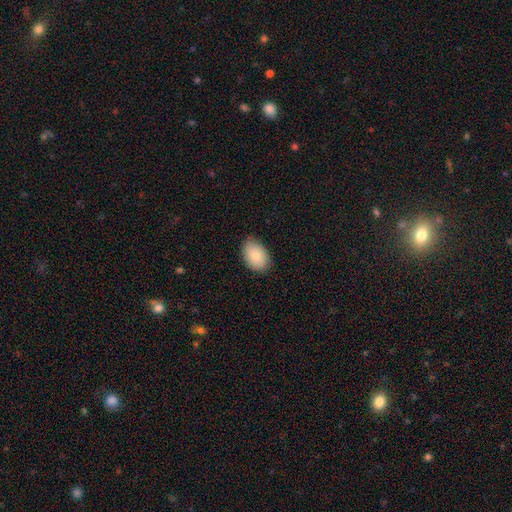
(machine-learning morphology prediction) Q: Smooth or featured?
A: smooth (83%); runner-up: featured or disk (10%)
Q: How rounded?
A: in between (88%); runner-up: round (11%)
Q: Merging?
A: none (85%); runner-up: minor disturbance (12%)